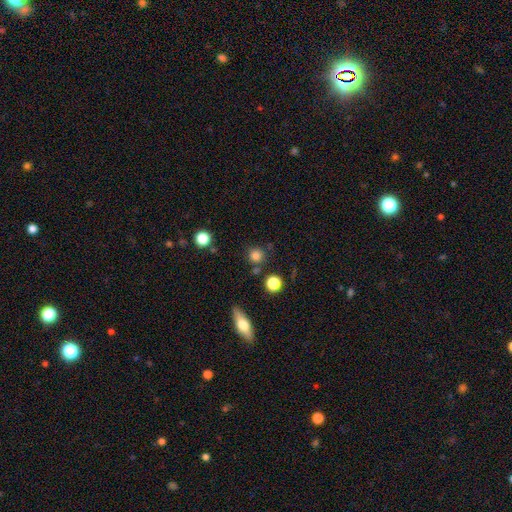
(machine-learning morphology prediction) smooth_or_featured: smooth (p=0.80) [alt: star or artifact p=0.14]
how_rounded: round (p=0.91) [alt: in between p=0.08]
merging: none (p=0.78) [alt: minor disturbance p=0.10]